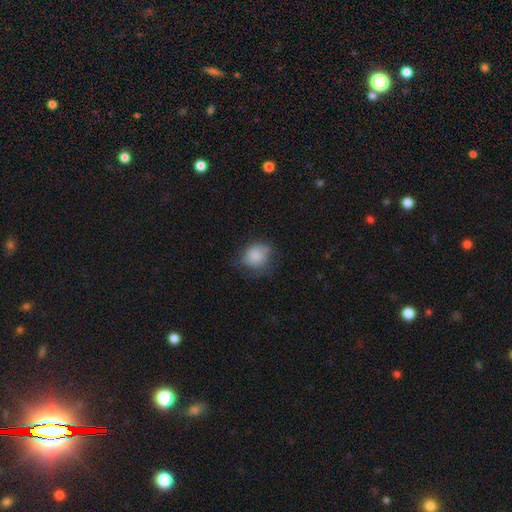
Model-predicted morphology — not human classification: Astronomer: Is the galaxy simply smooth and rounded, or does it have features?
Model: smooth — 81%.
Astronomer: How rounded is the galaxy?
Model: round — 67%.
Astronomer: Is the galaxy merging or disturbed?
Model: none — 55% (runner-up: minor disturbance, 30%).